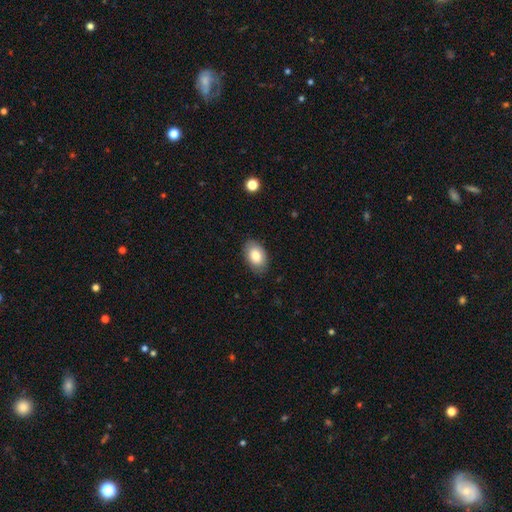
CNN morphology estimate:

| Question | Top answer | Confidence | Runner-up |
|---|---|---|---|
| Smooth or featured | smooth | 82% | featured or disk (11%) |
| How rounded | in between | 90% | round (9%) |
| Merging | none | 85% | minor disturbance (12%) |